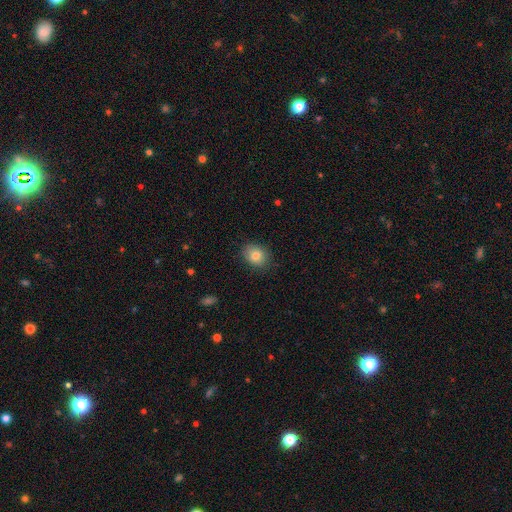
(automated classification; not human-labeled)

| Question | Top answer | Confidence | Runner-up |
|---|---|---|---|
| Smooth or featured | smooth | 80% | featured or disk (10%) |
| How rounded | round | 50% | in between (49%) |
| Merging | none | 85% | minor disturbance (11%) |